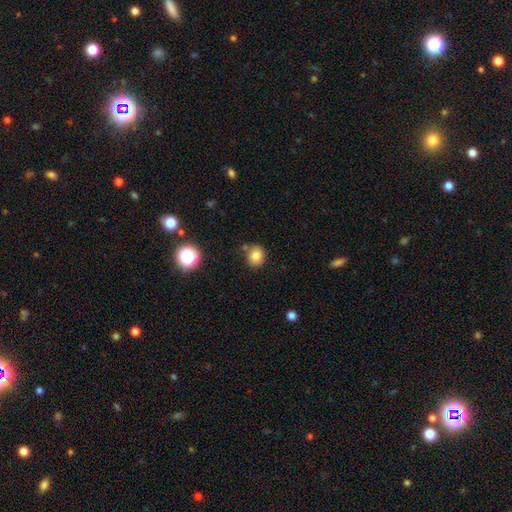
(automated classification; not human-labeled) Overall: smooth (81%). How rounded: round (81%). Merging: none (78%).